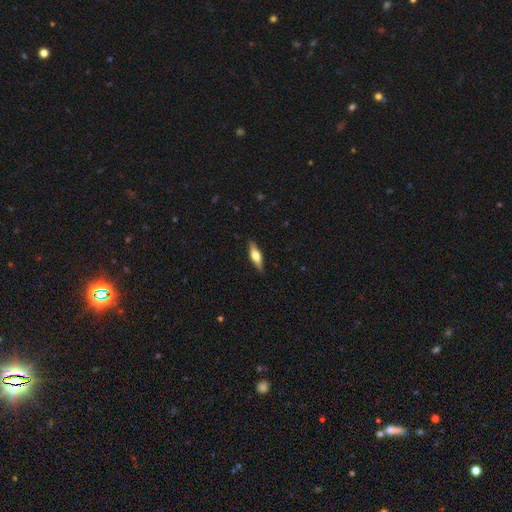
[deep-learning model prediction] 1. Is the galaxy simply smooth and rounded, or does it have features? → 49% smooth, 45% featured or disk, 6% star or artifact.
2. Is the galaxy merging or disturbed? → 88% none, 9% minor disturbance, 2% major disturbance, 1% merger.